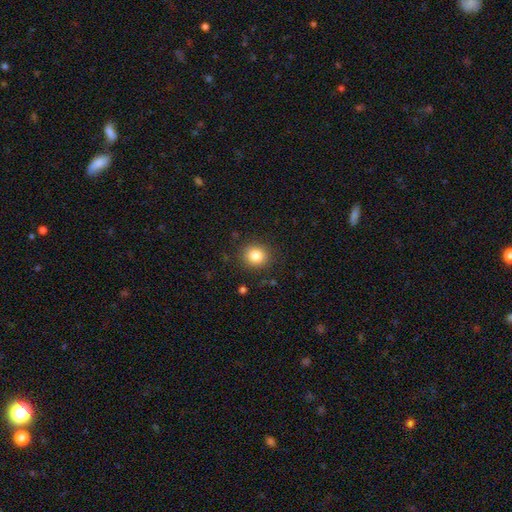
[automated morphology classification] Smooth or featured? Predicted: smooth (p=0.83). How rounded? Predicted: round (p=0.85). Merging? Predicted: none (p=0.88).